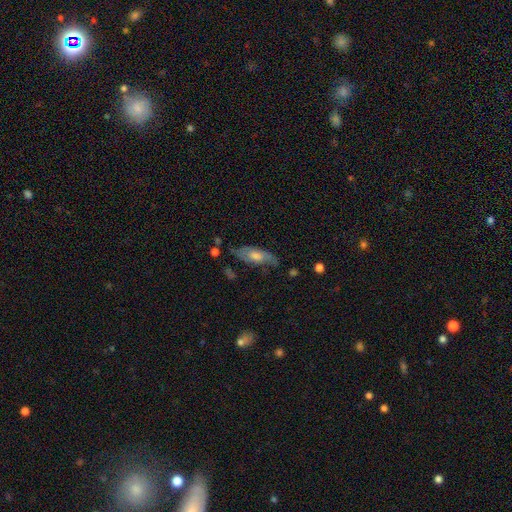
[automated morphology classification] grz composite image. It shows a featured or disk galaxy (59%). Merging: none (67%).